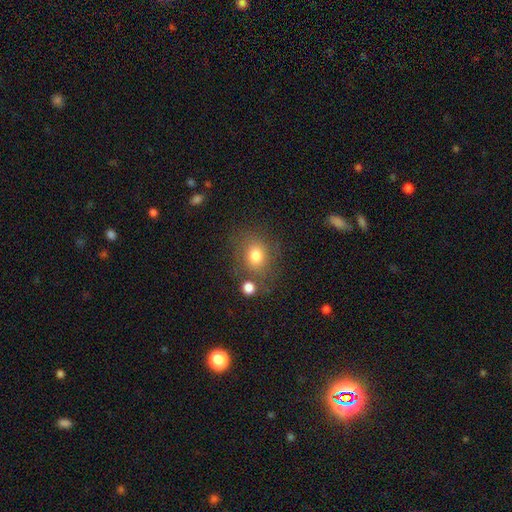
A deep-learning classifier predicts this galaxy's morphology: The model was most divided on "how rounded": round: 62%, in between: 37%, cigar-shaped: 1%. More confident: smooth or featured — smooth (77%); merging — none (69%).